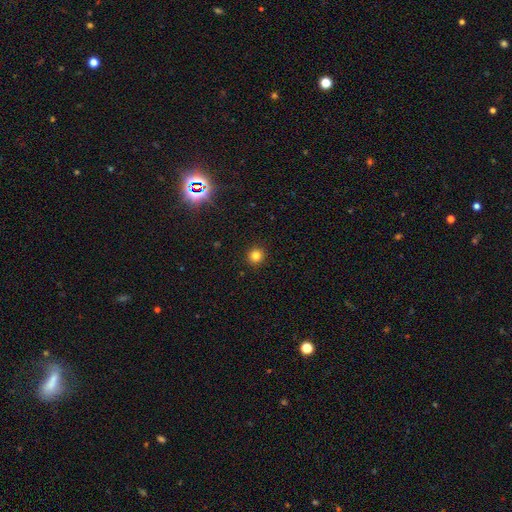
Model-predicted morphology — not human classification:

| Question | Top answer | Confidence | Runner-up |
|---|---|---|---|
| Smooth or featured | smooth | 82% | star or artifact (14%) |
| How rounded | round | 92% | in between (7%) |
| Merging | none | 92% | minor disturbance (5%) |